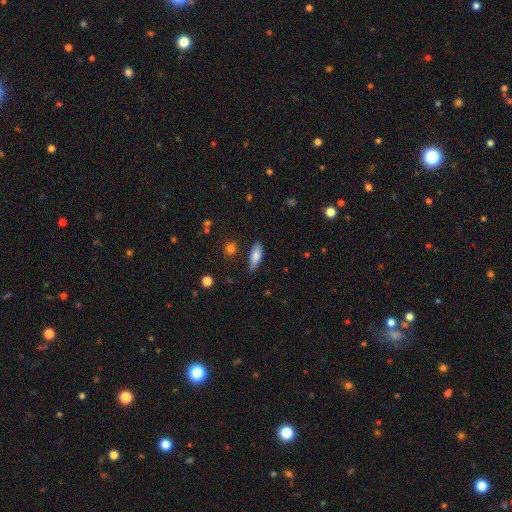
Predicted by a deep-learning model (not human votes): A smooth galaxy with no disk features (82%) that is in between round and cigar-shaped (68%).

Vote fractions:
- Smooth or featured? smooth: 82% / featured or disk: 11% / star or artifact: 7%
- How rounded? in between: 68% / cigar-shaped: 29% / round: 2%
- Merging? none: 74% / minor disturbance: 20% / major disturbance: 4% / merger: 2%